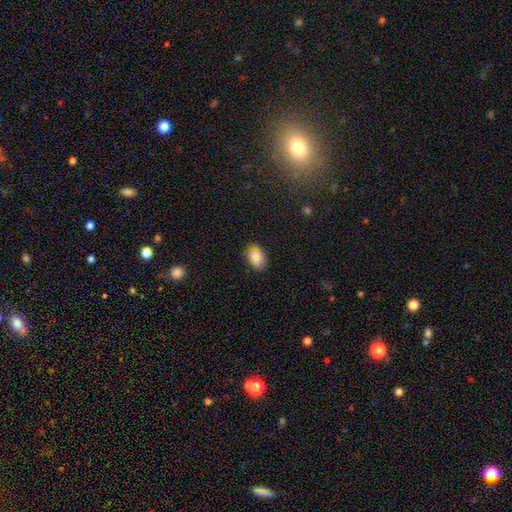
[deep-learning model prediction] Smooth or featured? Predicted: smooth (p=0.80). How rounded? Predicted: in between (p=0.83). Merging? Predicted: none (p=0.73).